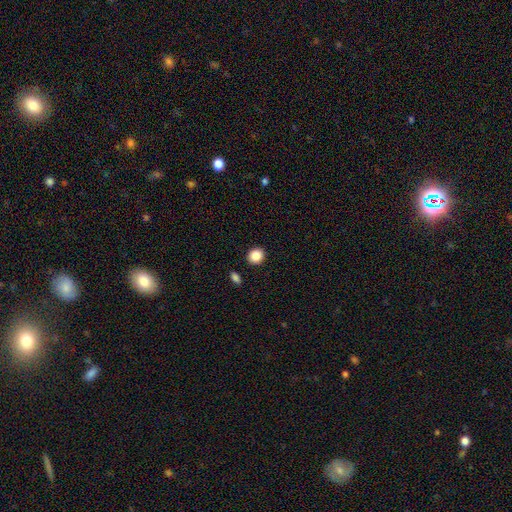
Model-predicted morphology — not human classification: Smooth or featured?
  - smooth: 88% *
  - star or artifact: 9%
  - featured or disk: 4%
How rounded?
  - round: 81% *
  - in between: 18%
  - cigar-shaped: 1%
Merging?
  - none: 90% *
  - minor disturbance: 6%
  - merger: 2%
  - major disturbance: 2%